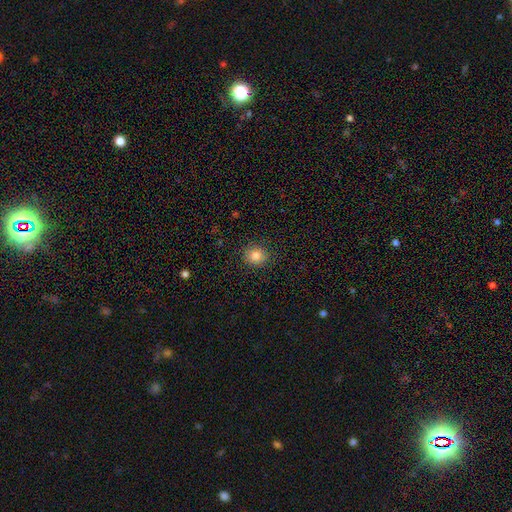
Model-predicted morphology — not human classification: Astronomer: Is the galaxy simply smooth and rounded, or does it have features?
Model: smooth — 83%.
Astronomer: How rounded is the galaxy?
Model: round — 79%.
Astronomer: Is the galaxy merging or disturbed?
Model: none — 89%.